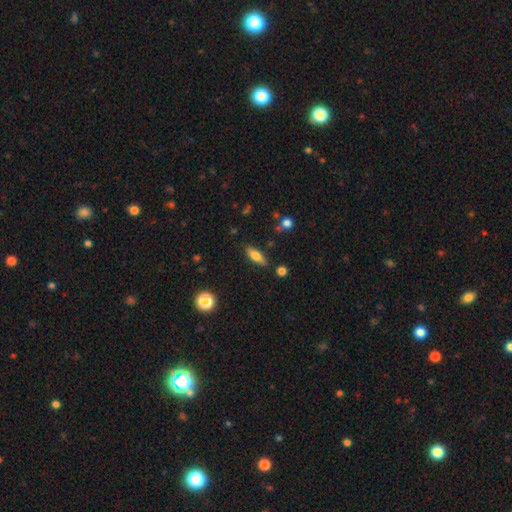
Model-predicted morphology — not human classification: A smooth galaxy with no disk features (67%) that is in between round and cigar-shaped (61%). Merging: none (84%).